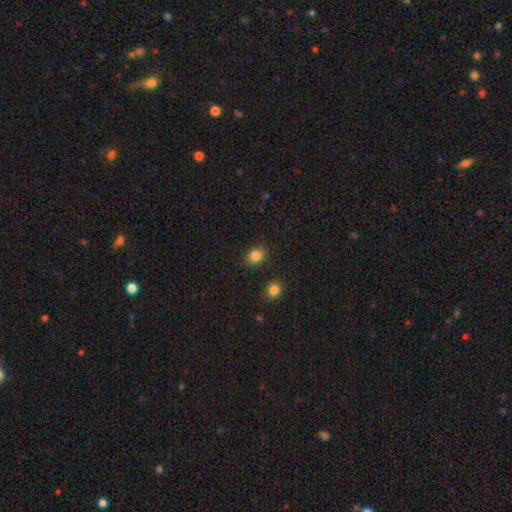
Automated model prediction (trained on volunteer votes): The model was most divided on "how rounded": round: 54%, in between: 45%, cigar-shaped: 1%. More confident: smooth or featured — smooth (85%); merging — none (82%).